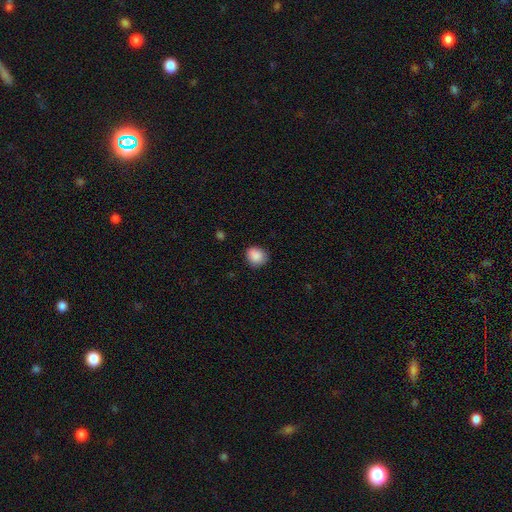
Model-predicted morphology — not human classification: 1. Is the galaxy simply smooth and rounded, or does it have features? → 89% smooth, 8% star or artifact, 3% featured or disk.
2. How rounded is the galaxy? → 72% round, 27% in between, 1% cigar-shaped.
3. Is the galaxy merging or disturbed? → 81% none, 15% minor disturbance, 3% major disturbance, 1% merger.